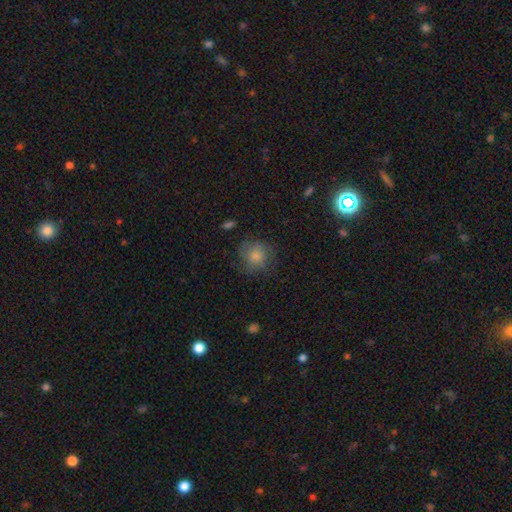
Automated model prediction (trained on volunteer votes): A smooth galaxy with no disk features (66%) that is round (87%).

Vote fractions:
- Smooth or featured? smooth: 66% / featured or disk: 18% / star or artifact: 16%
- How rounded? round: 87% / in between: 12% / cigar-shaped: 1%
- Merging? none: 72% / minor disturbance: 18% / major disturbance: 8% / merger: 1%